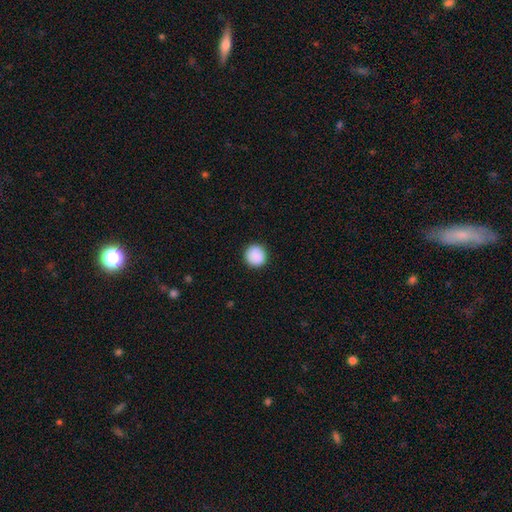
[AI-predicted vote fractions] The model was most divided on "smooth or featured": smooth: 90%, star or artifact: 8%, featured or disk: 3%. More confident: how rounded — round (94%); merging — none (91%).